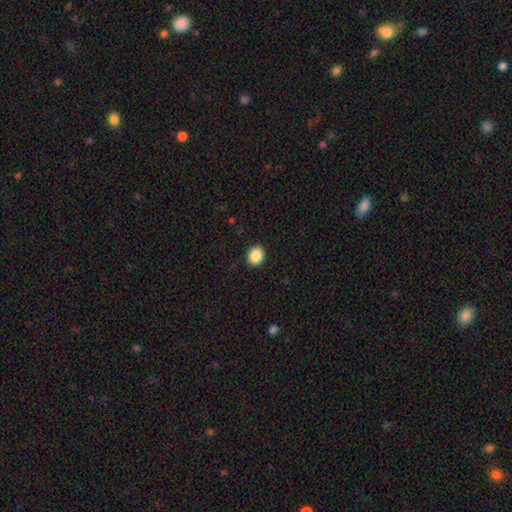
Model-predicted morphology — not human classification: This is clearly a smooth galaxy (87%). How rounded: likely round (67%). Merging: clearly none (92%).